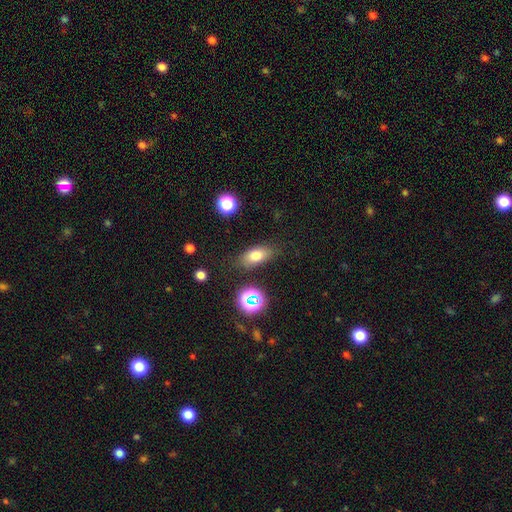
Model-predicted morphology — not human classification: Q: Smooth or featured?
A: smooth (74%); runner-up: star or artifact (13%)
Q: How rounded?
A: in between (80%); runner-up: cigar-shaped (11%)
Q: Merging?
A: none (79%); runner-up: minor disturbance (13%)